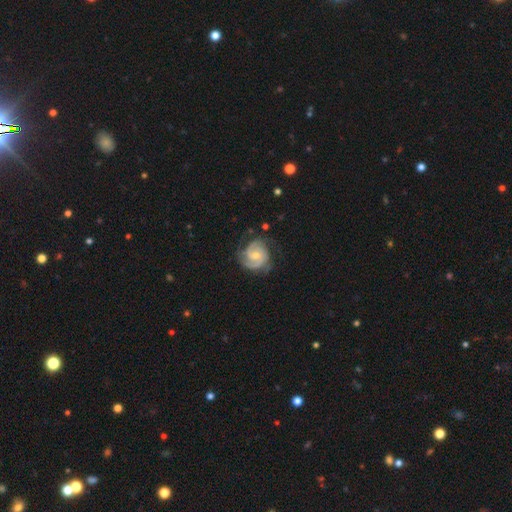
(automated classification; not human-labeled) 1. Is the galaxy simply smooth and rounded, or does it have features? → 87% featured or disk, 8% smooth, 4% star or artifact.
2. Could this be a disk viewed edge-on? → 98% no, 2% yes.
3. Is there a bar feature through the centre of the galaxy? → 51% no, 42% weak, 8% strong.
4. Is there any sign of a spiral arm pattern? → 97% yes, 3% no.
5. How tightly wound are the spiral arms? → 54% tight, 38% medium, 8% loose.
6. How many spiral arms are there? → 65% 2, 15% 3, 10% can't tell, 4% 1, 3% 4, 2% more than 4.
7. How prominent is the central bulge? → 48% small, 46% moderate, 3% none, 2% large, 1% dominant.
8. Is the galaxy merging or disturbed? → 69% none, 20% minor disturbance, 9% major disturbance, 1% merger.